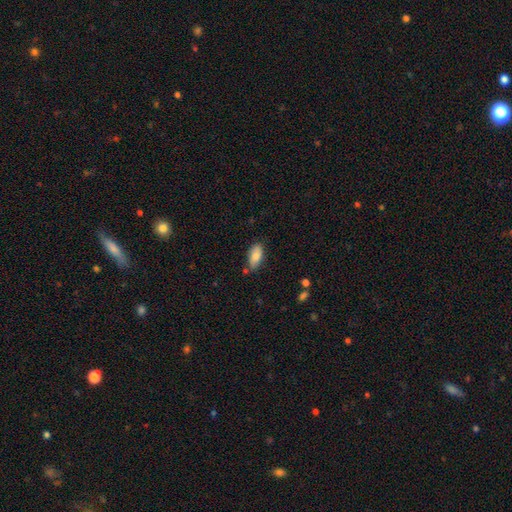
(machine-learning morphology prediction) A smooth galaxy with no disk features (82%) that is in between round and cigar-shaped (91%).

Vote fractions:
- Smooth or featured? smooth: 82% / featured or disk: 11% / star or artifact: 7%
- How rounded? in between: 91% / cigar-shaped: 7% / round: 3%
- Merging? none: 73% / minor disturbance: 19% / merger: 4% / major disturbance: 3%